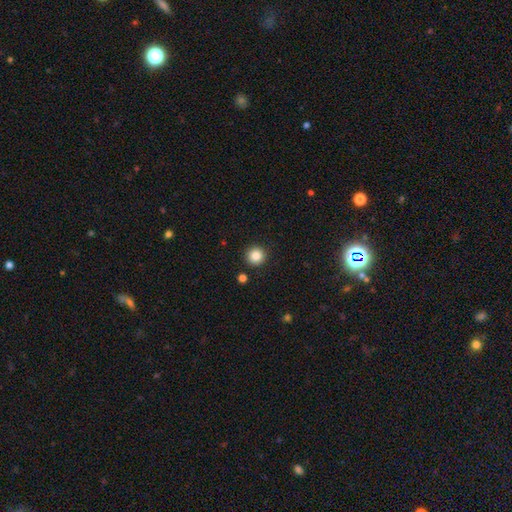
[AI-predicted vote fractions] This appears to be a smooth galaxy with no disk features (86%) that is round (95%). Merging: none (91%).